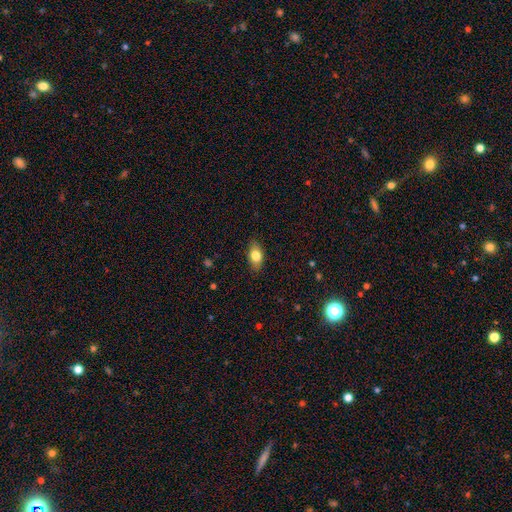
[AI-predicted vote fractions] The model was most divided on "smooth or featured": smooth: 79%, featured or disk: 13%, star or artifact: 8%. More confident: how rounded — in between (86%); merging — none (85%).